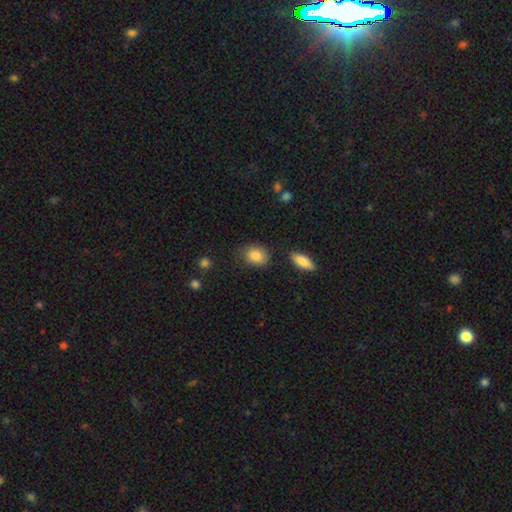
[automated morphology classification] smooth 86%, star or artifact 7%, featured or disk 6%. Down the decision tree: how rounded — in between (56%); merging — none (75%).